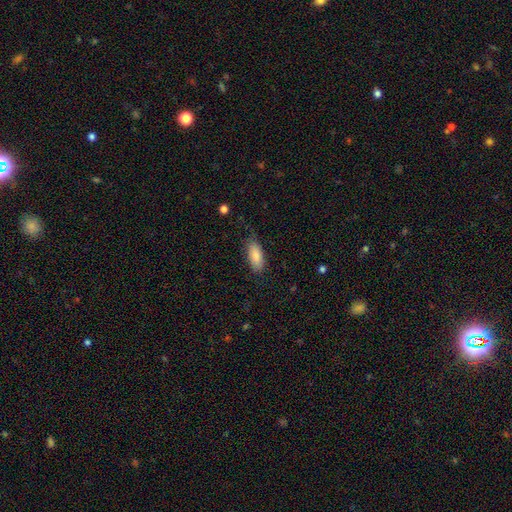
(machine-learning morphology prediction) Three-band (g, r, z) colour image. It shows a smooth galaxy with no disk features (87%) that is in between round and cigar-shaped (85%). Merging: none (75%).